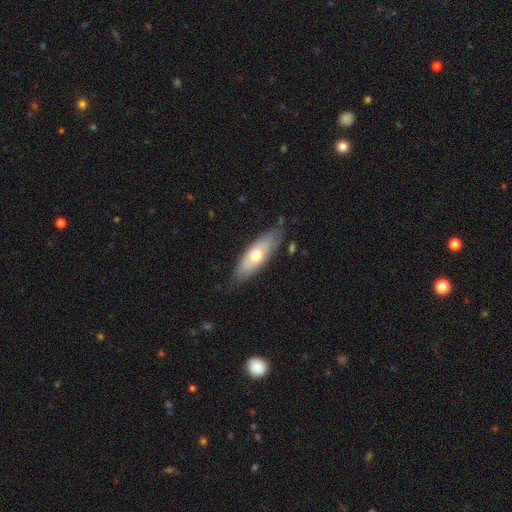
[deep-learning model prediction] Morphology: type=smooth (56%); roundness=in between (64%); merging=none (78%).